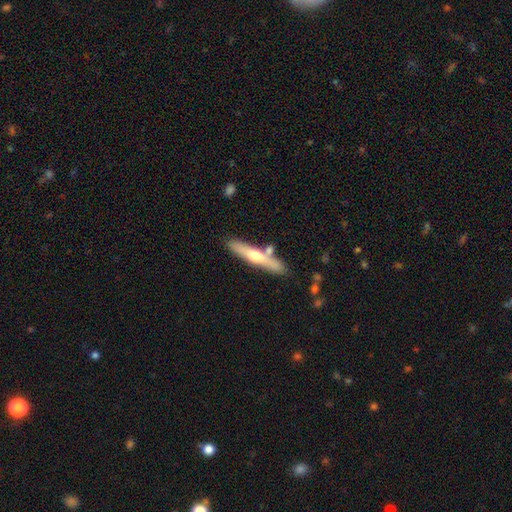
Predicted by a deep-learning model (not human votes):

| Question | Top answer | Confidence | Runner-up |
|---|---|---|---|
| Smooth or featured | featured or disk | 50% | smooth (45%) |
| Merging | none | 74% | minor disturbance (12%) |